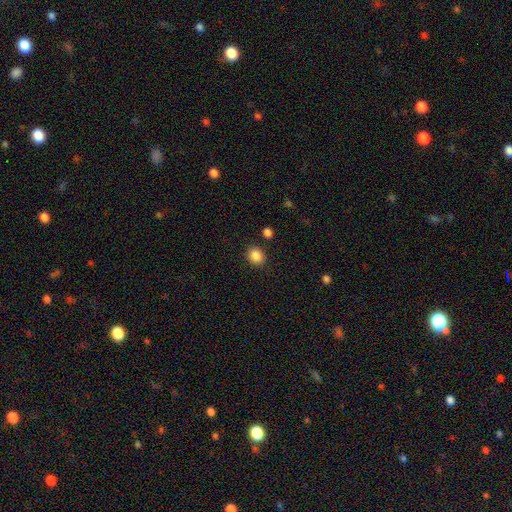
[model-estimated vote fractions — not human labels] smooth-or-featured: smooth: 87% | star or artifact: 10% | featured or disk: 4%
  how-rounded: round: 64% | in between: 35% | cigar-shaped: 1%
  merging: none: 86% | minor disturbance: 8% | merger: 3% | major disturbance: 3%